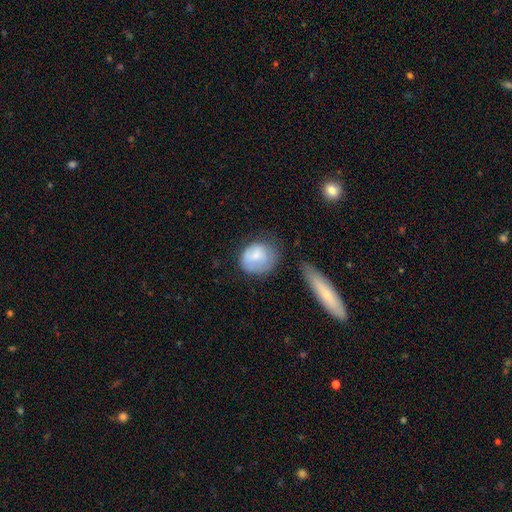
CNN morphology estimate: type=smooth (75%); roundness=round (67%); merging=none (46%).